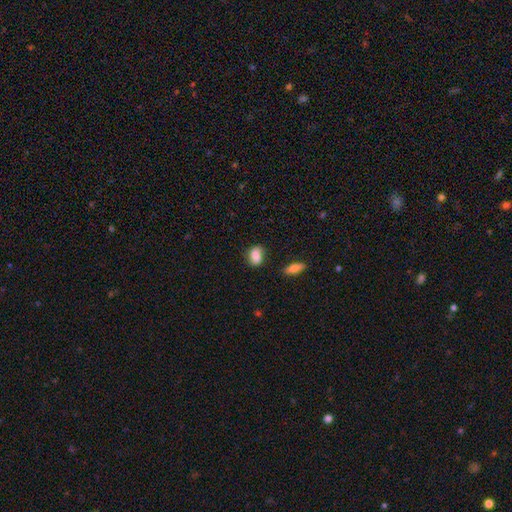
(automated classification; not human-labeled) This is likely a smooth galaxy (77%). How rounded: likely in between (75%). Merging: likely none (67%).